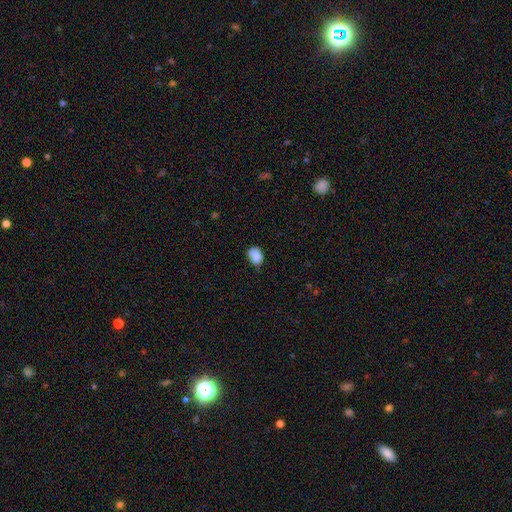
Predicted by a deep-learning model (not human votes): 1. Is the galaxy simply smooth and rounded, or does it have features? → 84% smooth, 9% star or artifact, 7% featured or disk.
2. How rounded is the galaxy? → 62% in between, 37% round, 1% cigar-shaped.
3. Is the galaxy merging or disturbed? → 52% none, 37% minor disturbance, 7% major disturbance, 3% merger.